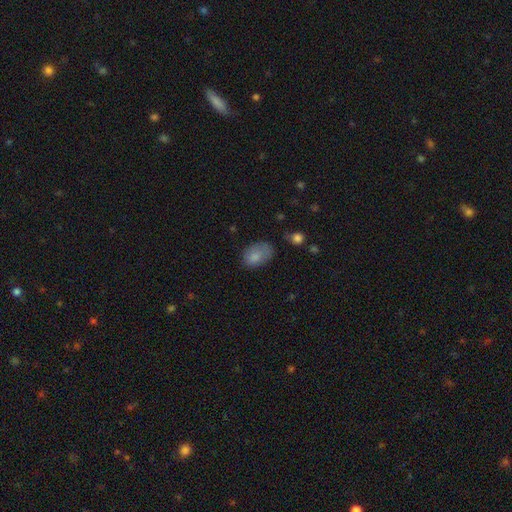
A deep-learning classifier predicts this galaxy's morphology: This is likely a smooth galaxy (79%). How rounded: clearly in between (87%). Merging: possibly none (48%).